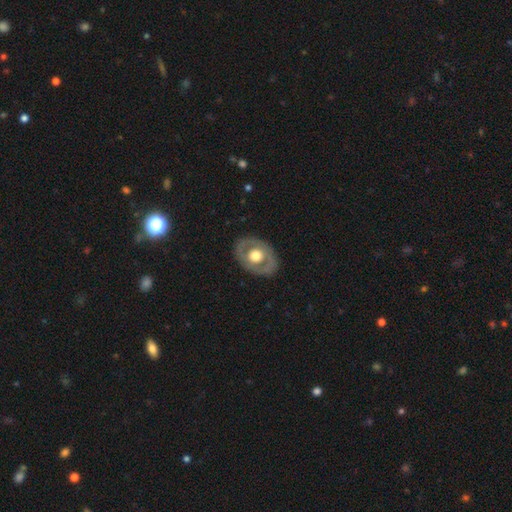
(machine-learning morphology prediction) Overall: featured or disk (57%; smooth 38%). Edge-on disk: no (92%). Bar: no (87%). Spiral arms: no (83%). Bulge size: moderate (50%; large 44%). Merging: none (83%).